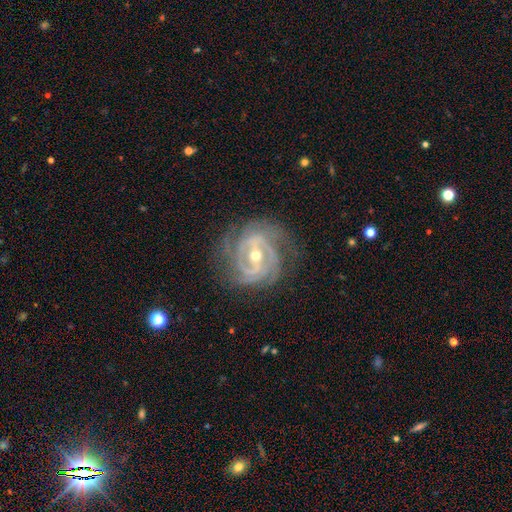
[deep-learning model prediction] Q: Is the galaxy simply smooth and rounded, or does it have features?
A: featured or disk — 91%.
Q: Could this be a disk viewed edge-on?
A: no — 97%.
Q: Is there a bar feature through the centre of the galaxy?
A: strong — 40%, tied with weak.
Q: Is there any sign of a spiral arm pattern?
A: yes — 98%.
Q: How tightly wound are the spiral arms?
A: tight — 69%.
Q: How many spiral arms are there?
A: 3 — 34%.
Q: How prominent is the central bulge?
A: moderate — 54%.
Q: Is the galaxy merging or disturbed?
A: none — 76%.